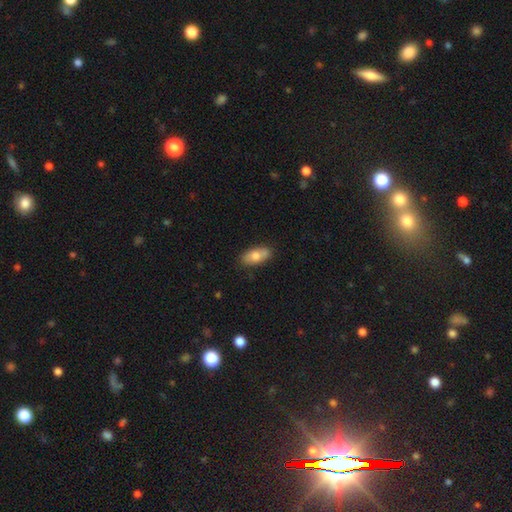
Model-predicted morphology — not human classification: A smooth galaxy with no disk features (73%) that is in between round and cigar-shaped (88%). Merging: none (75%).